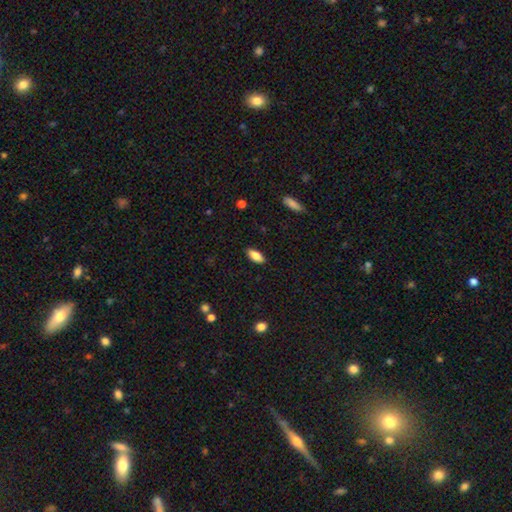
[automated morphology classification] A smooth galaxy with no disk features (82%) that is in between round and cigar-shaped (85%).

Vote fractions:
- Smooth or featured? smooth: 82% / featured or disk: 11% / star or artifact: 7%
- How rounded? in between: 85% / cigar-shaped: 13% / round: 2%
- Merging? none: 88% / minor disturbance: 9% / major disturbance: 2% / merger: 1%